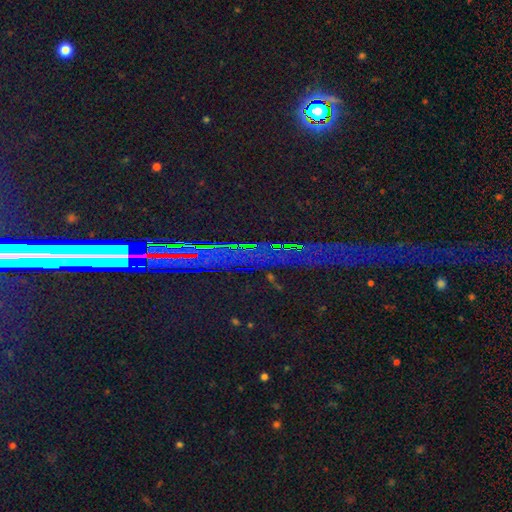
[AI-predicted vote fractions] A star or artifact, not a galaxy (81%).